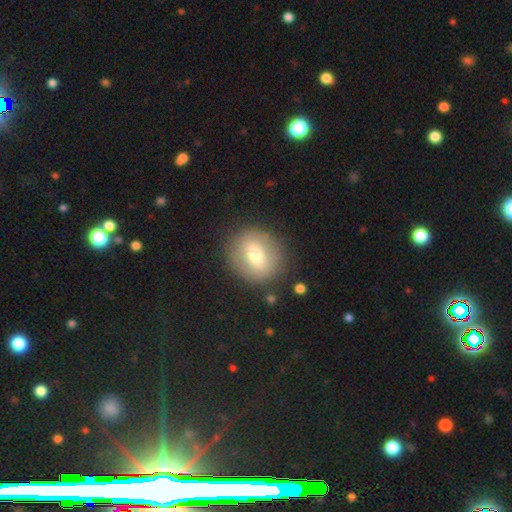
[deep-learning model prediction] A smooth galaxy with no disk features (56%) that is round (80%). Merging: none (85%).